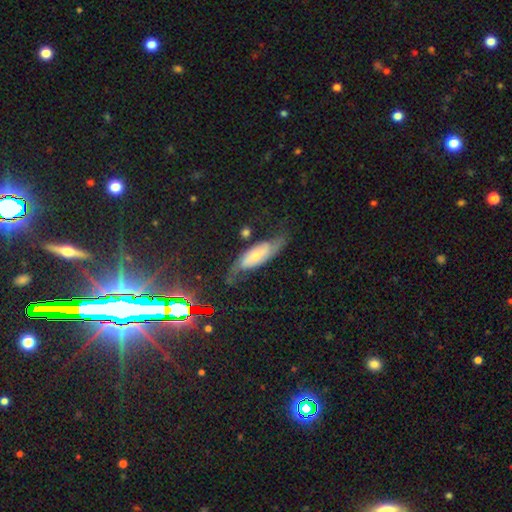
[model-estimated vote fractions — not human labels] featured or disk 60%, smooth 30%, star or artifact 10%. Down the decision tree: edge-on disk — no (82%); merging — none (59%).